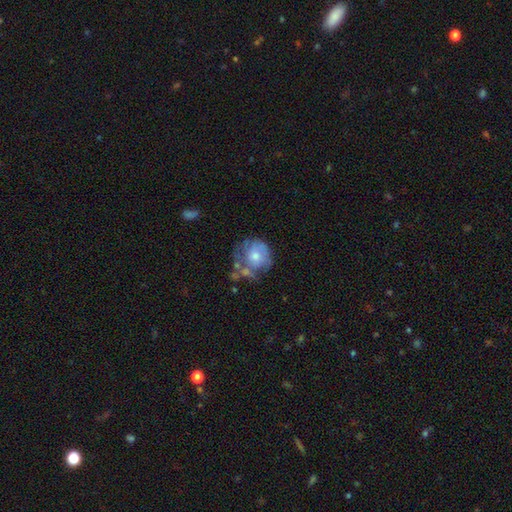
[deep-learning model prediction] A featured or disk galaxy (46%, tied with smooth). Merging: none (37%).